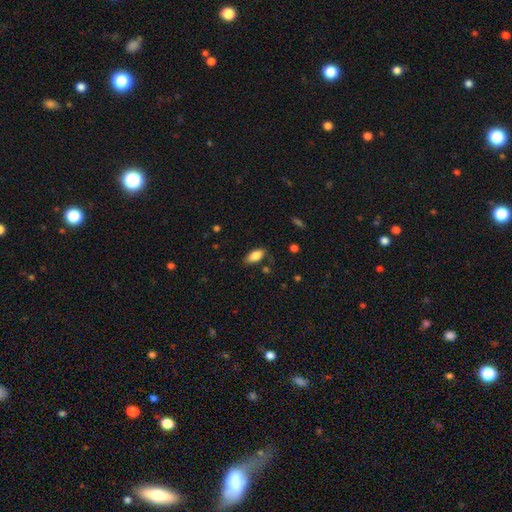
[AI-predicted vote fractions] Smooth or featured? smooth (84%)
How rounded? in between (90%)
Merging? none (78%)